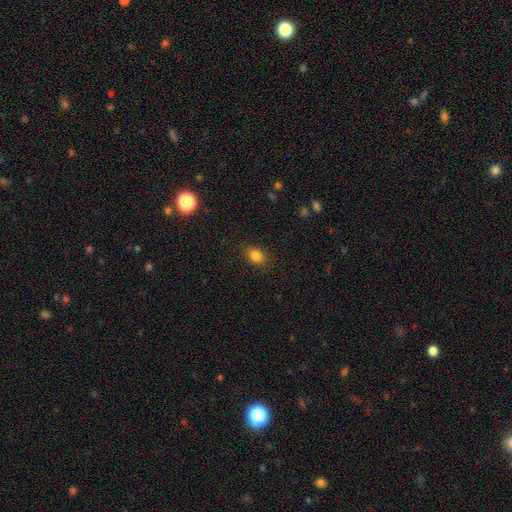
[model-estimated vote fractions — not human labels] A smooth galaxy with no disk features (84%) that is in between round and cigar-shaped (77%).

Vote fractions:
- Smooth or featured? smooth: 84% / star or artifact: 10% / featured or disk: 6%
- How rounded? in between: 77% / round: 22% / cigar-shaped: 2%
- Merging? none: 87% / minor disturbance: 9% / major disturbance: 3% / merger: 1%